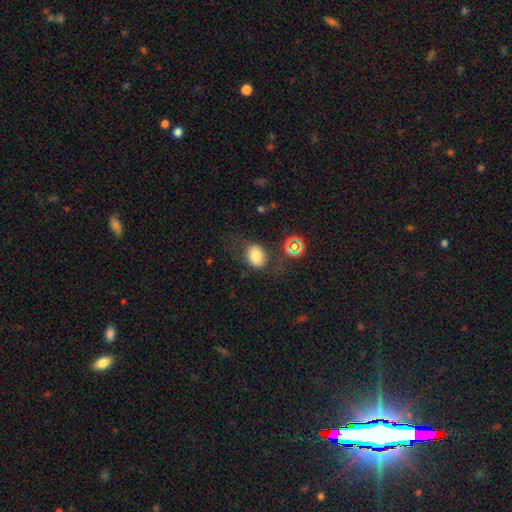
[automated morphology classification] Overall: smooth (75%). How rounded: in between (50%; round 49%). Merging: none (68%).